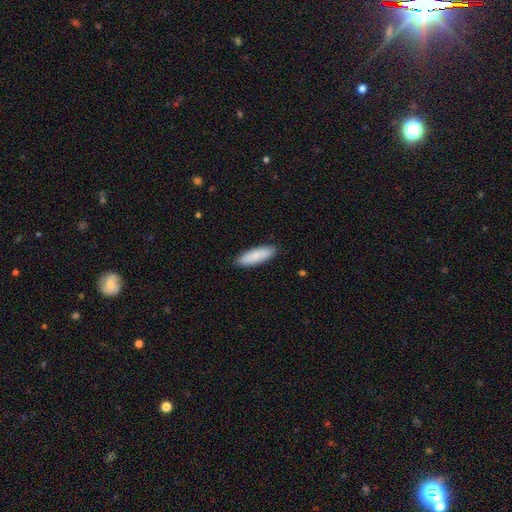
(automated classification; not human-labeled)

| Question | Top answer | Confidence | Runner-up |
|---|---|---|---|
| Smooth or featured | smooth | 84% | featured or disk (11%) |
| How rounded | in between | 53% | cigar-shaped (45%) |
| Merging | none | 89% | minor disturbance (9%) |